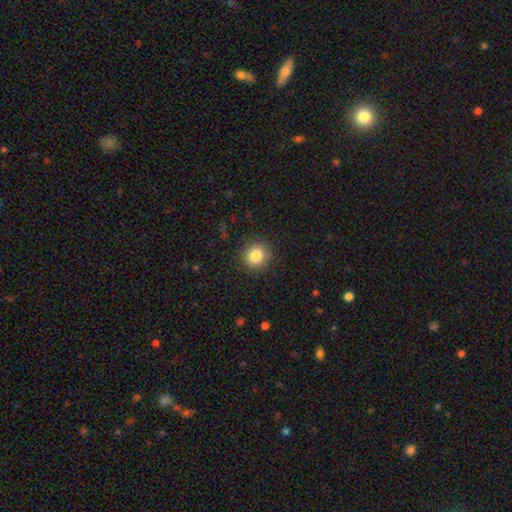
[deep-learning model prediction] Overall: smooth (83%). How rounded: round (89%). Merging: none (89%).